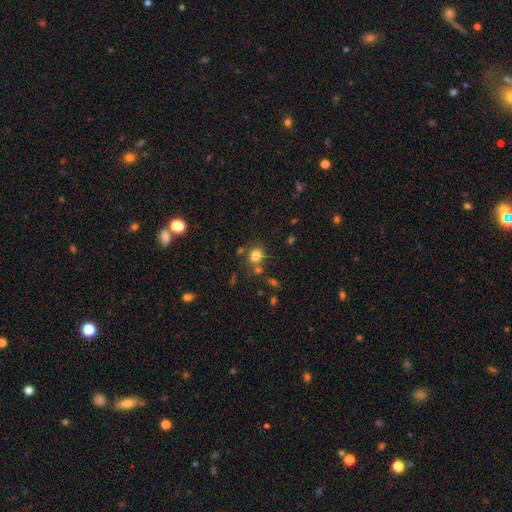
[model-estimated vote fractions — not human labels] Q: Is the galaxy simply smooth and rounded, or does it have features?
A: smooth — 80%.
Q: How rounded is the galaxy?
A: round — 80%.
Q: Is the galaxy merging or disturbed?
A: none — 72%.